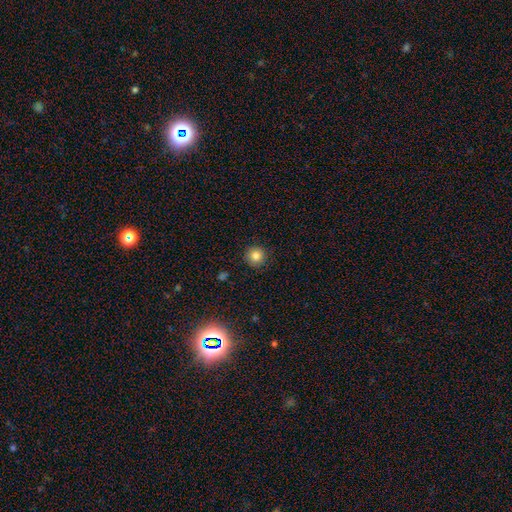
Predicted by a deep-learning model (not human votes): smooth 83%, star or artifact 11%, featured or disk 6%. Down the decision tree: how rounded — round (95%); merging — none (91%).